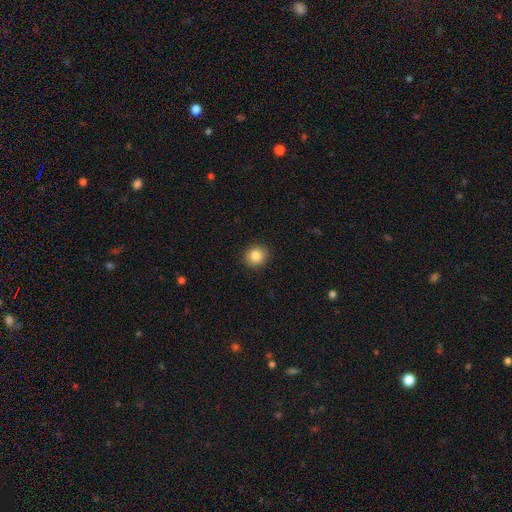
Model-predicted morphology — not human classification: smooth 84%, star or artifact 10%, featured or disk 7%. Down the decision tree: how rounded — round (83%); merging — none (91%).